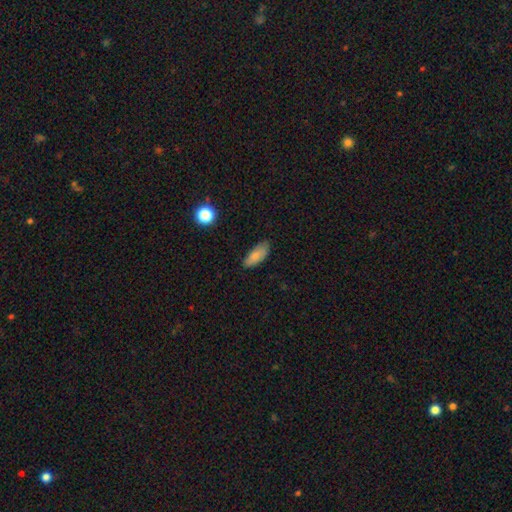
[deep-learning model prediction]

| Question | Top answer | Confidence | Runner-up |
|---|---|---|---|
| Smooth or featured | smooth | 79% | featured or disk (13%) |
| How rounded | in between | 81% | cigar-shaped (17%) |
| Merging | none | 77% | minor disturbance (18%) |